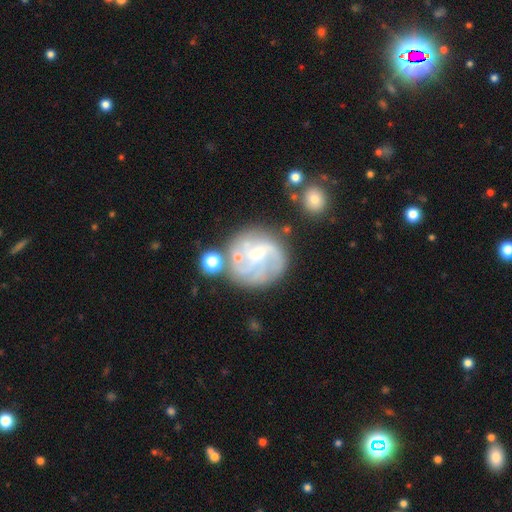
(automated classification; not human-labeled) A featured or disk galaxy (73%) with no bar (49%), medium (40%) spiral arms (84%) and a small central bulge (54%). Merging: none (58%).